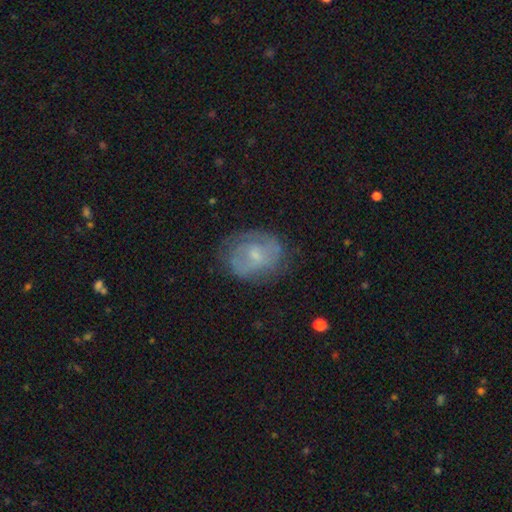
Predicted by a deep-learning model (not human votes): A featured or disk galaxy (58%) with no bar (51%), spiral arms (69%) and a small central bulge (60%). Merging: none (67%).